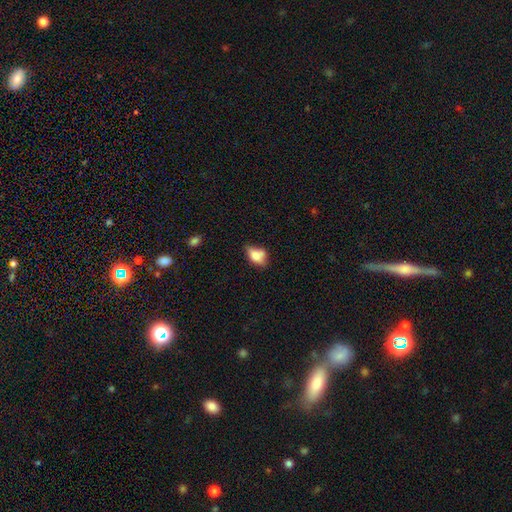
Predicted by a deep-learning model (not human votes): Smooth or featured? Predicted: smooth (p=0.71). How rounded? Predicted: in between (p=0.79). Merging? Predicted: none (p=0.39).